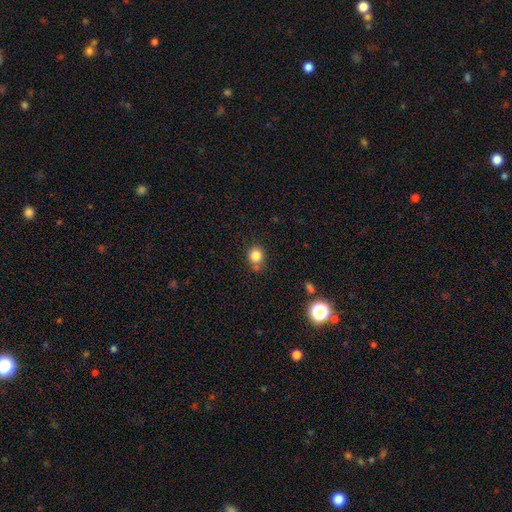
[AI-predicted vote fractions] smooth 83%, star or artifact 11%, featured or disk 6%. Down the decision tree: how rounded — round (79%); merging — none (66%).